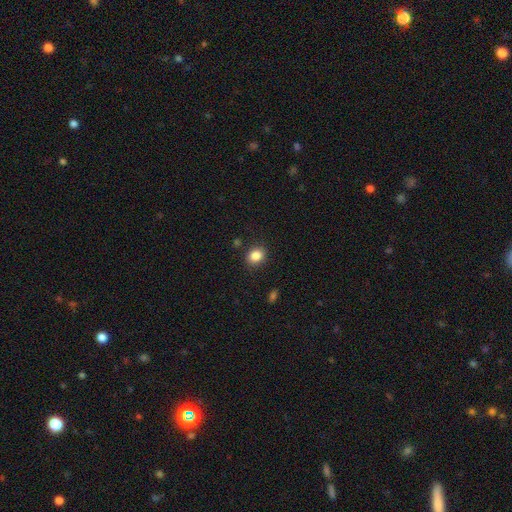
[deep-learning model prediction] Overall: smooth (85%). How rounded: round (57%; in between 42%). Merging: none (86%).